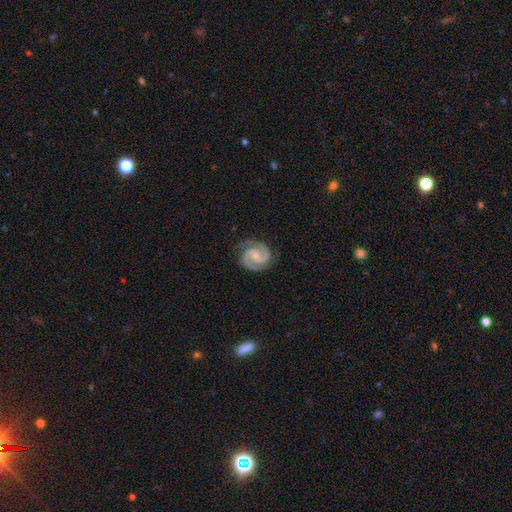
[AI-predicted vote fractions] featured or disk 92%, smooth 4%, star or artifact 4%. Down the decision tree: edge-on disk — no (98%); bar — no (47%); spiral arms — yes (99%); spiral arm count — 2 (93%); spiral winding — medium (49%); bulge size — small (58%); merging — none (82%).